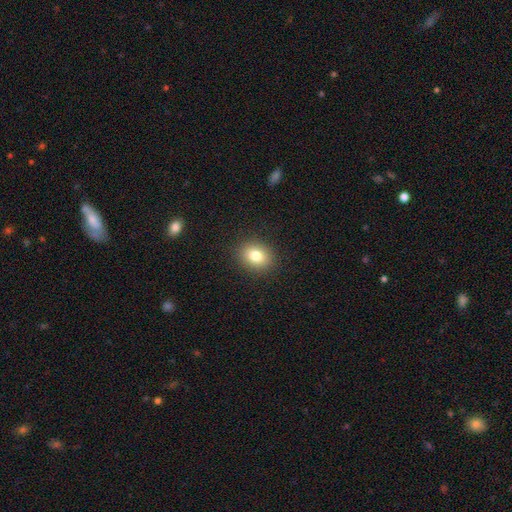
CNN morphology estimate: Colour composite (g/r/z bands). It shows a smooth galaxy with no disk features (81%) that is round (50%). Merging: none (90%).